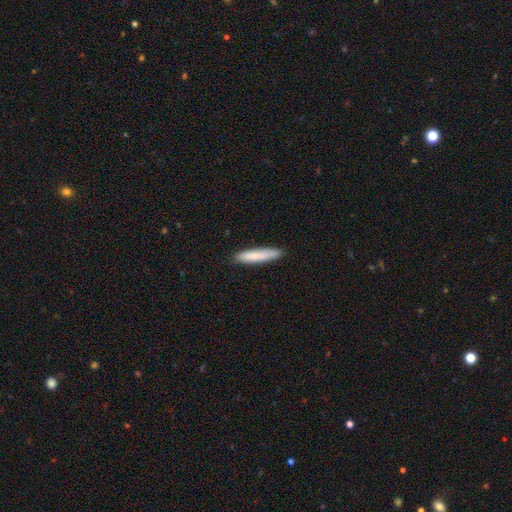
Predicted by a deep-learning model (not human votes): Overall: smooth (79%). How rounded: cigar-shaped (89%). Merging: none (86%).